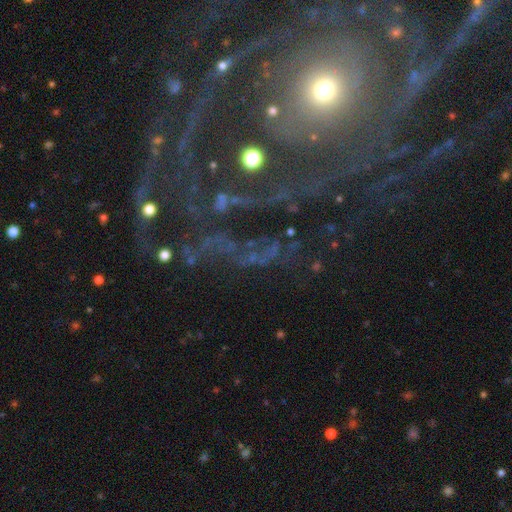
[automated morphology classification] type=featured or disk (62%); edge-on=no (92%); bar=no (71%); spiral arms=yes (76%); bulge=small (53%); merging=none (72%).